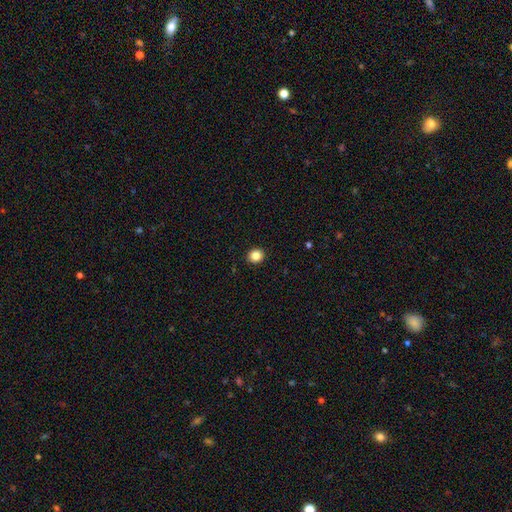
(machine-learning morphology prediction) The model was most divided on "how rounded": round: 83%, in between: 16%, cigar-shaped: 1%. More confident: merging — none (92%); smooth or featured — smooth (85%).